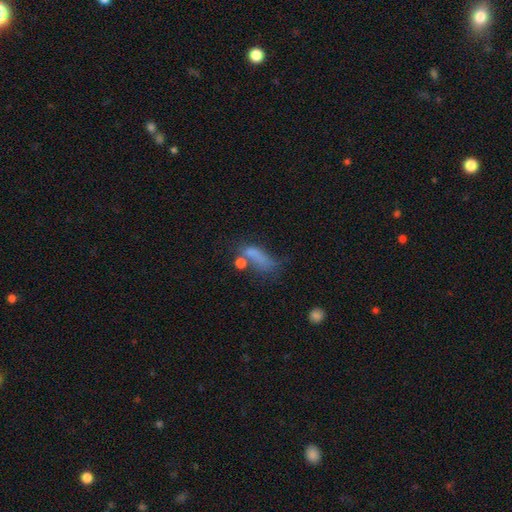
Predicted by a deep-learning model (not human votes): Smooth or featured? smooth (60%)
How rounded? in between (64%)
Merging? major disturbance (31%)